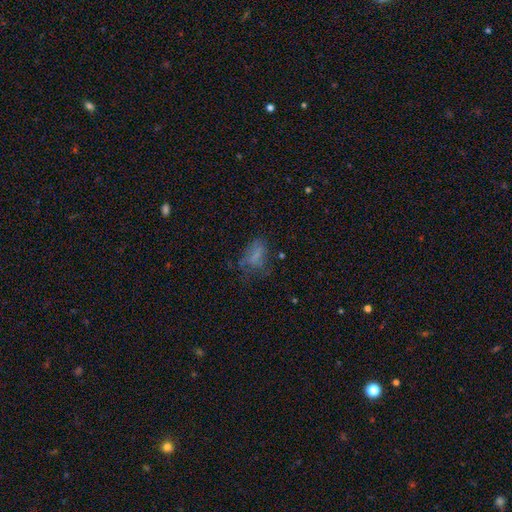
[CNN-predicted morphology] This appears to be a smooth galaxy with no disk features (53%) that is in between round and cigar-shaped (80%). Merging: none (40%).